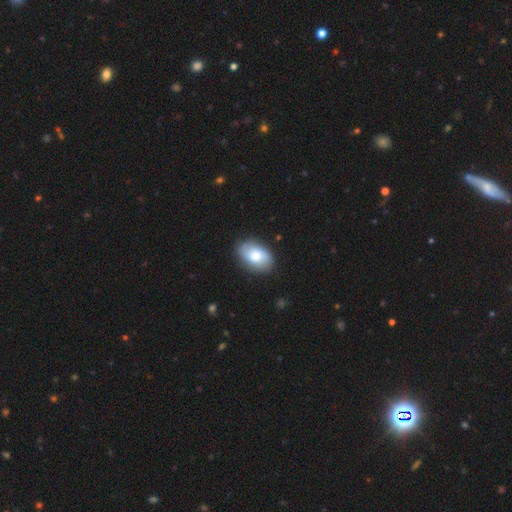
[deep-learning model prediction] smooth_or_featured: smooth (p=0.62) [alt: featured or disk p=0.32]
how_rounded: in between (p=0.88) [alt: round p=0.11]
merging: none (p=0.82) [alt: minor disturbance p=0.13]